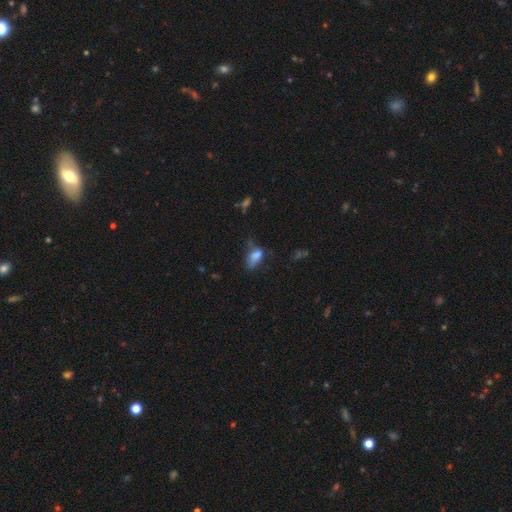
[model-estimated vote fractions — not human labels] Smooth or featured? smooth (70%)
How rounded? in between (85%)
Merging? major disturbance (32%, tied with minor disturbance)